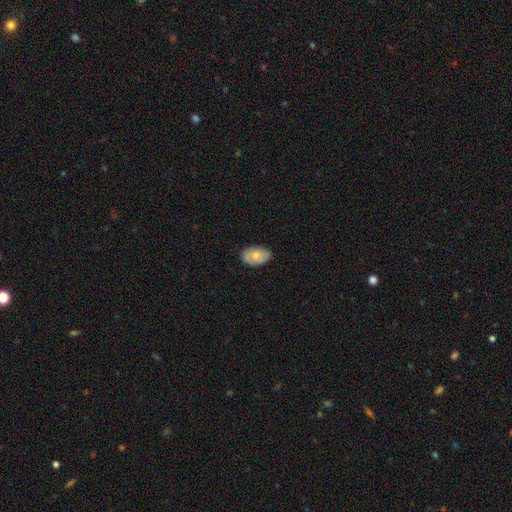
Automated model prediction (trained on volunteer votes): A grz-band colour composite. It shows a smooth galaxy with no disk features (72%) that is in between round and cigar-shaped (90%). Merging: none (79%).